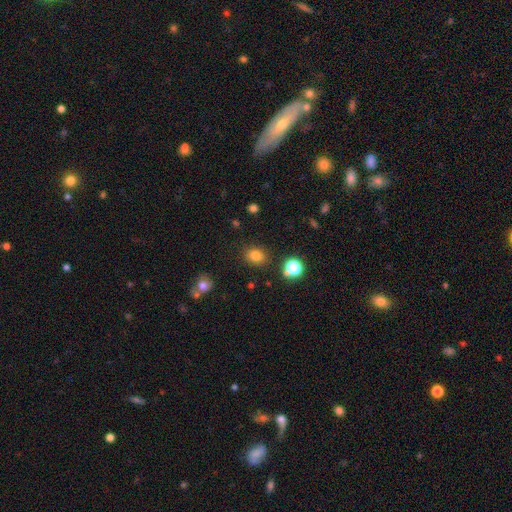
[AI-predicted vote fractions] smooth-or-featured: smooth: 79% | star or artifact: 15% | featured or disk: 6%
  how-rounded: round: 62% | in between: 37% | cigar-shaped: 1%
  merging: none: 85% | minor disturbance: 9% | major disturbance: 3% | merger: 3%